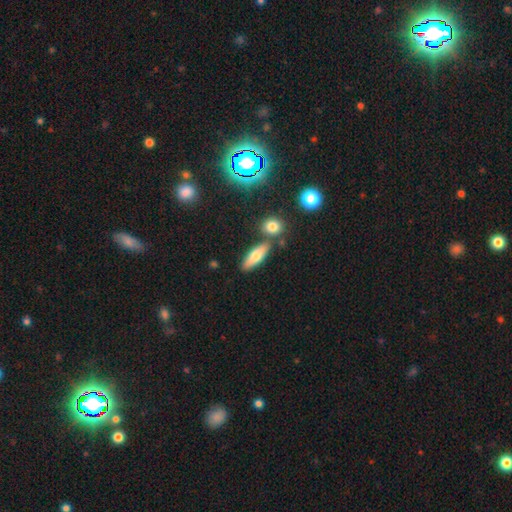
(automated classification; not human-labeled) smooth 70%, featured or disk 22%, star or artifact 8%. Down the decision tree: how rounded — in between (54%); merging — none (74%).